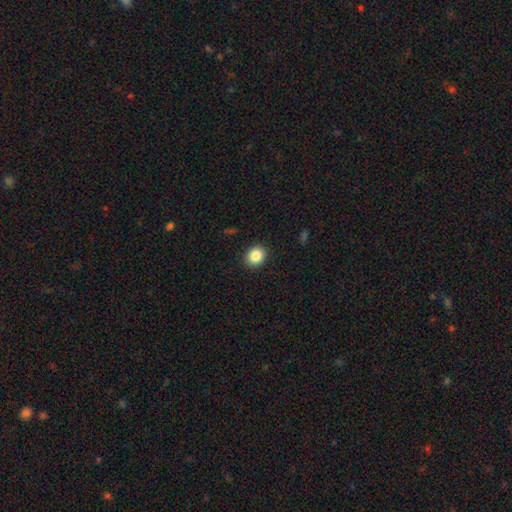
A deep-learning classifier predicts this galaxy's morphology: smooth-or-featured: smooth: 87% | star or artifact: 9% | featured or disk: 4%
  how-rounded: round: 68% | in between: 31% | cigar-shaped: 1%
  merging: none: 91% | minor disturbance: 6% | major disturbance: 2% | merger: 1%